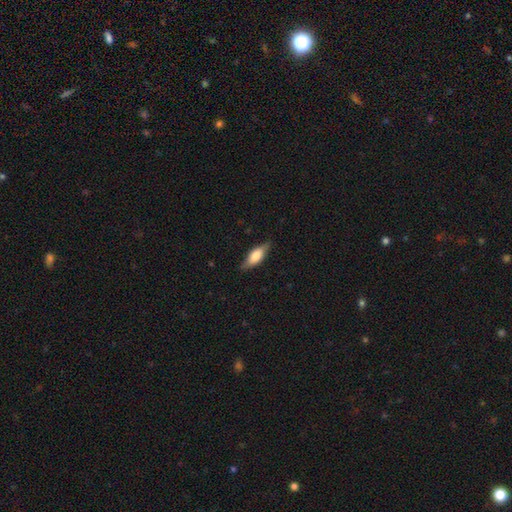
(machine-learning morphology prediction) A smooth galaxy with no disk features (61%) that is in between round and cigar-shaped (64%).

Vote fractions:
- Smooth or featured? smooth: 61% / featured or disk: 33% / star or artifact: 6%
- How rounded? in between: 64% / cigar-shaped: 33% / round: 3%
- Merging? none: 80% / minor disturbance: 16% / major disturbance: 3% / merger: 1%